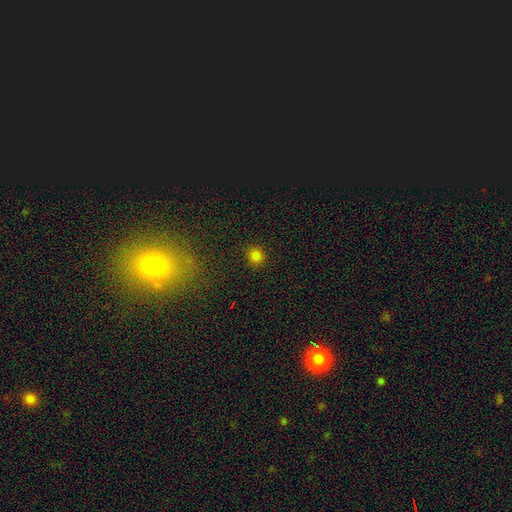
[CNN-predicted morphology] smooth-or-featured: smooth: 80% | star or artifact: 15% | featured or disk: 4%
  how-rounded: round: 93% | in between: 6% | cigar-shaped: 1%
  merging: none: 91% | minor disturbance: 6% | major disturbance: 2% | merger: 1%